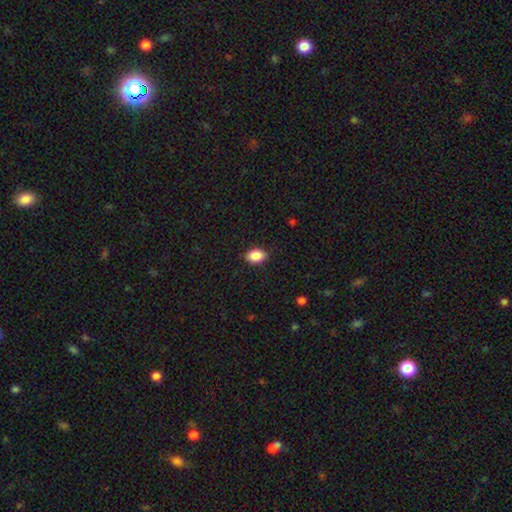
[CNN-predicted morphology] The model was most divided on "how rounded": in between: 82%, round: 17%, cigar-shaped: 1%. More confident: smooth or featured — smooth (88%); merging — none (87%).